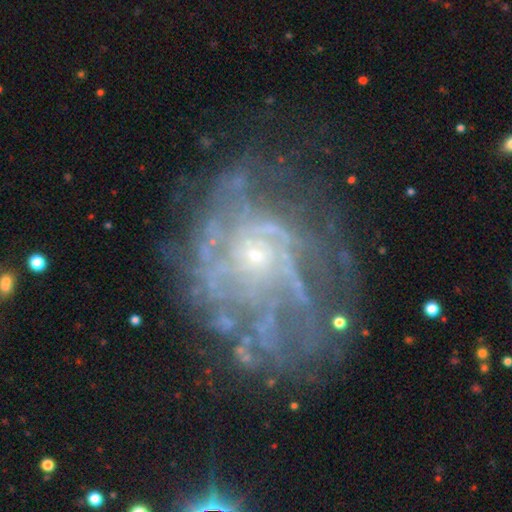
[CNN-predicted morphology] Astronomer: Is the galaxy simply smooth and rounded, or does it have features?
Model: featured or disk — 80%.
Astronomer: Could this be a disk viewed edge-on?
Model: no — 97%.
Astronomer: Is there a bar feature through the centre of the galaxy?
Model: no — 82%.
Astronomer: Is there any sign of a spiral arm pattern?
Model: yes — 79%.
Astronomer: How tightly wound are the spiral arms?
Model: tight — 50% (runner-up: medium, 33%).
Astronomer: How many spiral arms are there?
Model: can't tell — 46%.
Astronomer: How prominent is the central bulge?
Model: small — 78%.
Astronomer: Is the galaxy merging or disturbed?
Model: none — 54%.